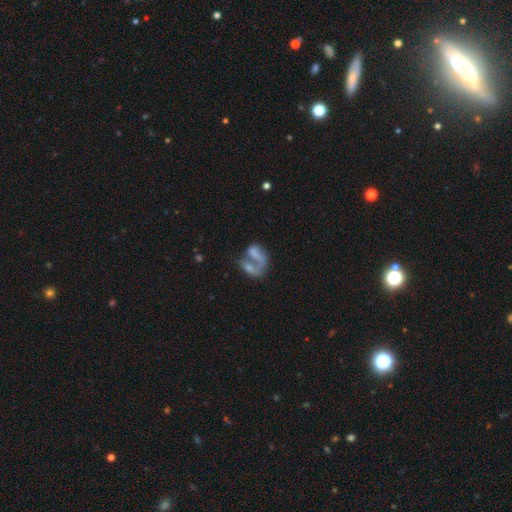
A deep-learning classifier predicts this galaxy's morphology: Q: Smooth or featured?
A: featured or disk (50%); runner-up: smooth (39%)
Q: Edge-on disk?
A: no (96%); runner-up: yes (4%)
Q: Merging?
A: merger (43%); runner-up: major disturbance (27%)